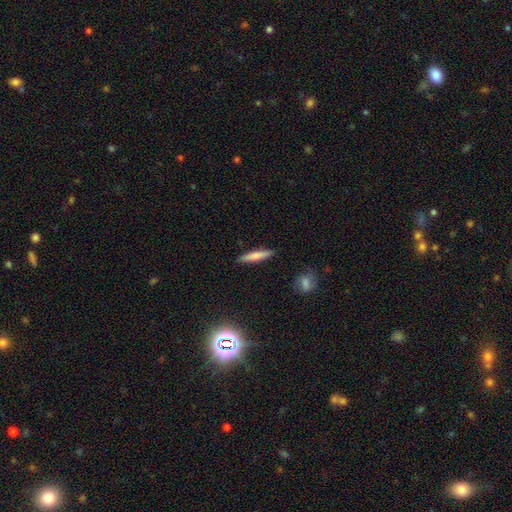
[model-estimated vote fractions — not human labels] A smooth galaxy with no disk features (75%) that is cigar-shaped (89%).

Vote fractions:
- Smooth or featured? smooth: 75% / featured or disk: 19% / star or artifact: 7%
- How rounded? cigar-shaped: 89% / in between: 9% / round: 1%
- Merging? none: 89% / minor disturbance: 8% / major disturbance: 2% / merger: 2%